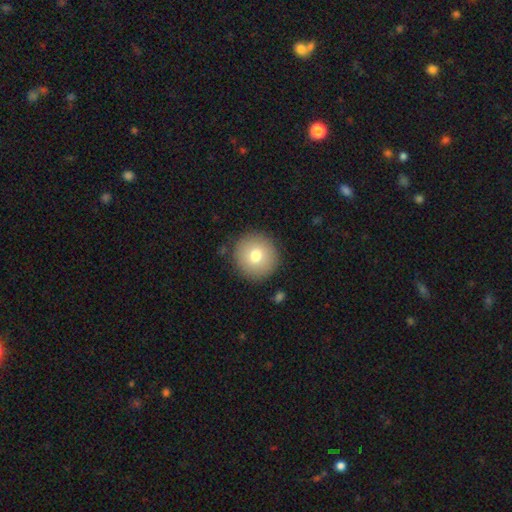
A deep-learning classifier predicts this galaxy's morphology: smooth 75%, featured or disk 15%, star or artifact 10%. Down the decision tree: how rounded — round (96%); merging — none (90%).